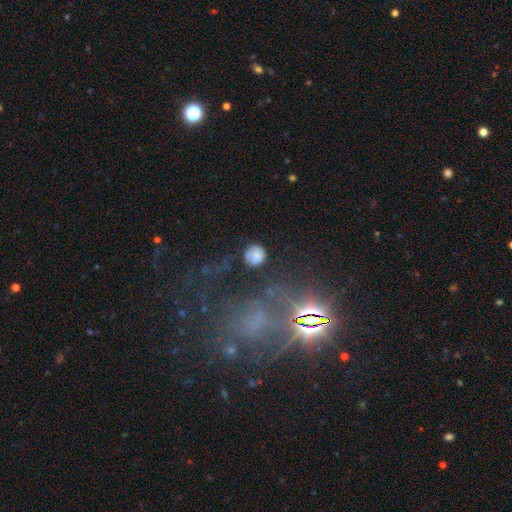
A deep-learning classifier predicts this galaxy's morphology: smooth_or_featured: smooth (p=0.72) [alt: featured or disk p=0.14]
how_rounded: round (p=0.86) [alt: in between p=0.12]
merging: none (p=0.66) [alt: minor disturbance p=0.20]